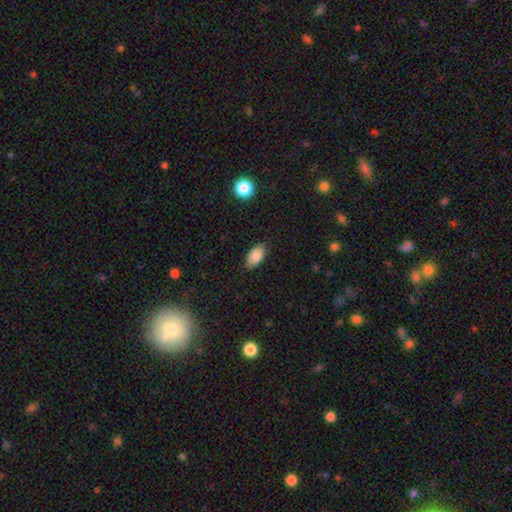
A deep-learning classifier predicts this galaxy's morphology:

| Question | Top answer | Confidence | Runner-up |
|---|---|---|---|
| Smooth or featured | smooth | 84% | featured or disk (8%) |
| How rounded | in between | 93% | round (5%) |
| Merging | none | 83% | minor disturbance (13%) |